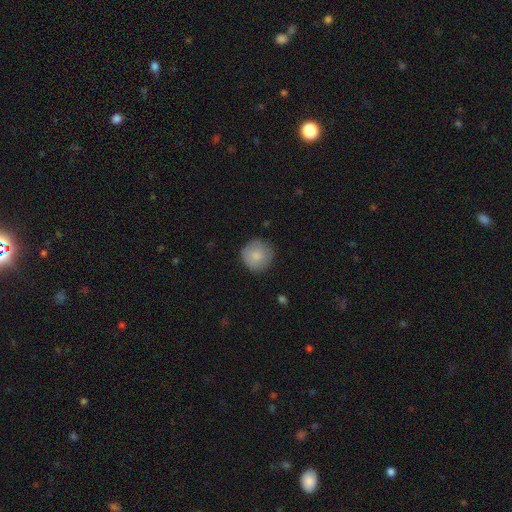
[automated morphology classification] A smooth galaxy with no disk features (83%) that is round (95%). Merging: none (84%).